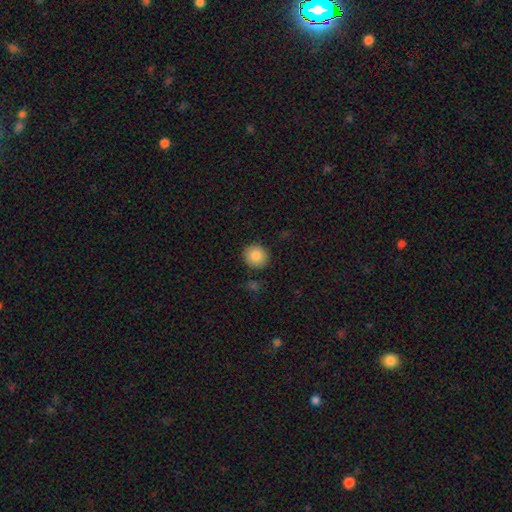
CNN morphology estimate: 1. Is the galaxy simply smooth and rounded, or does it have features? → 86% smooth, 8% star or artifact, 6% featured or disk.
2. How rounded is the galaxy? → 89% round, 10% in between, 1% cigar-shaped.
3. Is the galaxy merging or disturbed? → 89% none, 7% minor disturbance, 2% merger, 2% major disturbance.